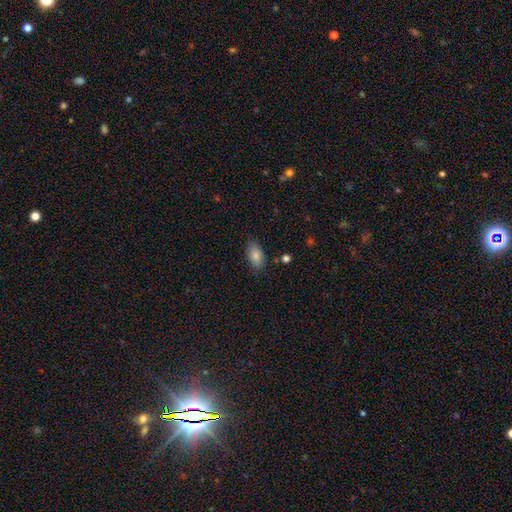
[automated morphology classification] Smooth or featured? smooth (85%)
How rounded? in between (91%)
Merging? none (78%)